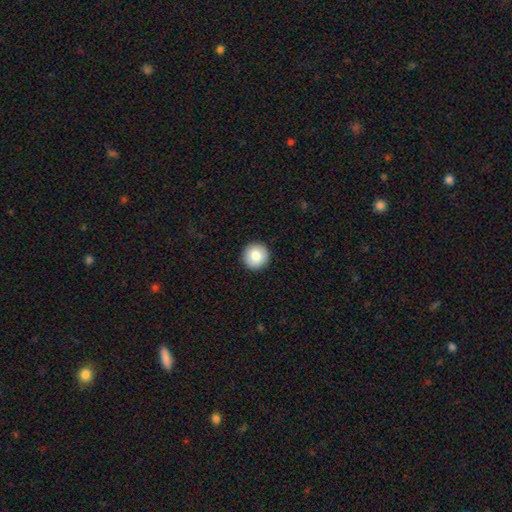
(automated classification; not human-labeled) Smooth or featured?
  - smooth: 83% *
  - featured or disk: 10%
  - star or artifact: 8%
How rounded?
  - round: 96% *
  - in between: 3%
  - cigar-shaped: 1%
Merging?
  - none: 93% *
  - minor disturbance: 5%
  - major disturbance: 1%
  - merger: 1%